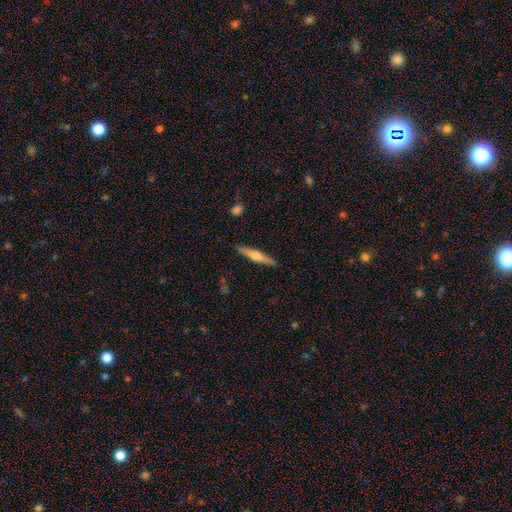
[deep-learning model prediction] featured or disk 51%, smooth 43%, star or artifact 6%. Down the decision tree: edge-on disk — yes (96%); merging — none (89%).